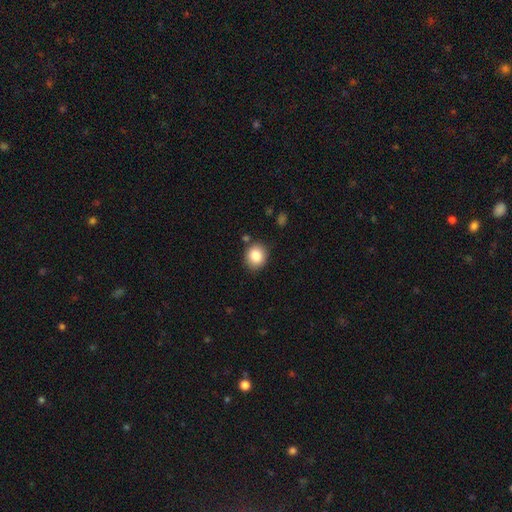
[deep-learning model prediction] A smooth galaxy with no disk features (84%) that is round (68%).

Vote fractions:
- Smooth or featured? smooth: 84% / star or artifact: 9% / featured or disk: 7%
- How rounded? round: 68% / in between: 31% / cigar-shaped: 1%
- Merging? none: 84% / minor disturbance: 10% / merger: 3% / major disturbance: 3%